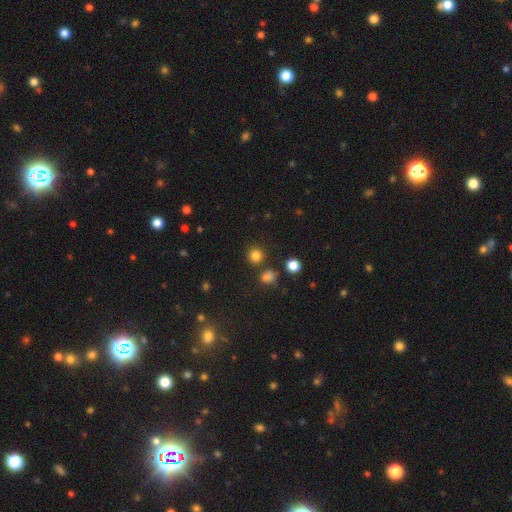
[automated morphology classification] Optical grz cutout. It shows a smooth galaxy with no disk features (80%) that is round (92%). Merging: none (82%).